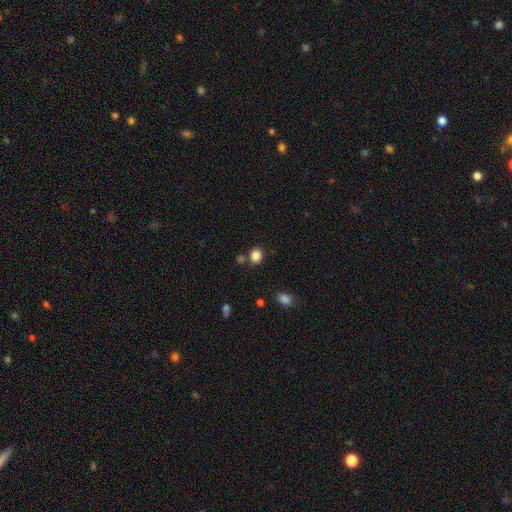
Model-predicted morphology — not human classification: The model was most divided on "how rounded": round: 58%, in between: 41%, cigar-shaped: 1%. More confident: smooth or featured — smooth (85%); merging — none (76%).